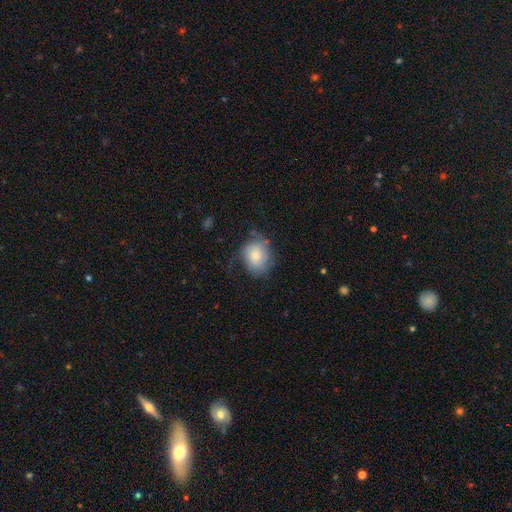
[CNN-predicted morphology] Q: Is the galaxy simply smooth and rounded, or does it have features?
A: smooth — 71%.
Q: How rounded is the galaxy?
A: round — 53%.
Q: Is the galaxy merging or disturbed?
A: none — 50%.